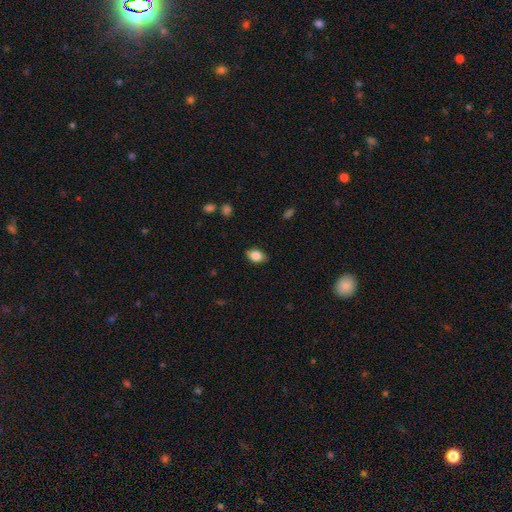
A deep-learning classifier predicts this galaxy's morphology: smooth-or-featured: smooth: 84% | featured or disk: 8% | star or artifact: 8%
  how-rounded: in between: 83% | round: 15% | cigar-shaped: 2%
  merging: none: 81% | minor disturbance: 15% | major disturbance: 3% | merger: 1%